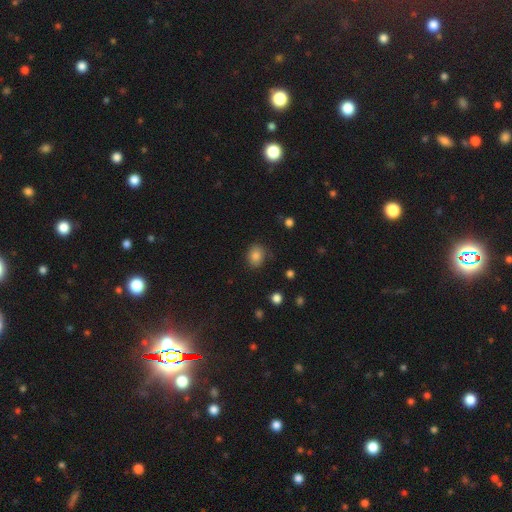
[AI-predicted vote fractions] A smooth galaxy with no disk features (83%) that is round (58%). Merging: none (81%).